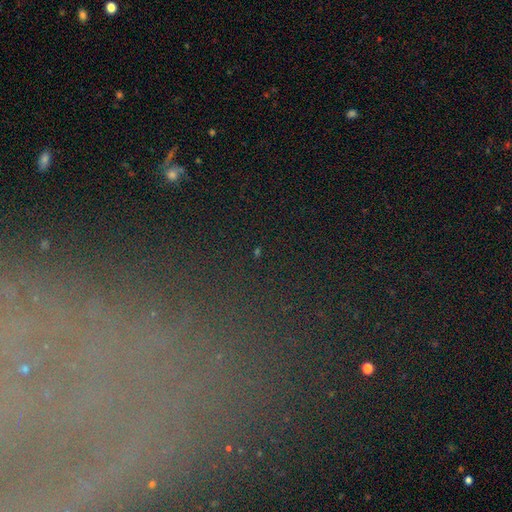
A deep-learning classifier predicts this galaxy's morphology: Q: Smooth or featured?
A: star or artifact (68%); runner-up: smooth (16%)